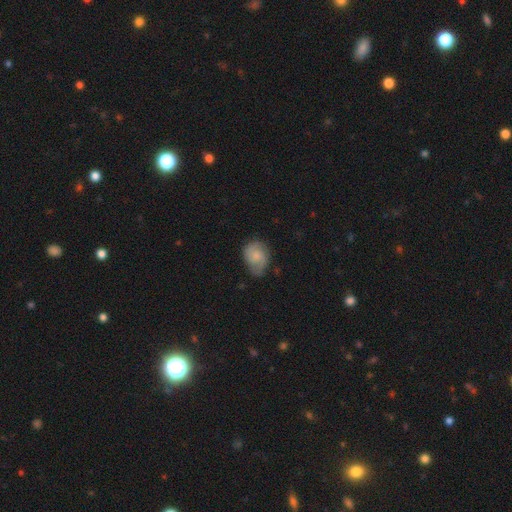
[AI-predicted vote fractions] Morphology: type=smooth (55%); roundness=in between (59%); merging=none (53%).